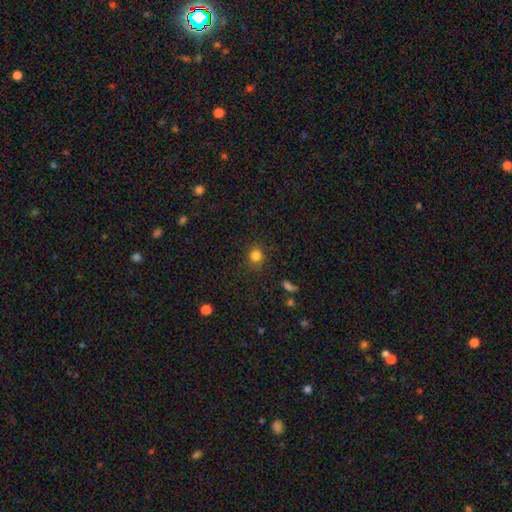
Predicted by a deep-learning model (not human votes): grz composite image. It shows a smooth galaxy with no disk features (80%) that is round (83%). Merging: none (81%).